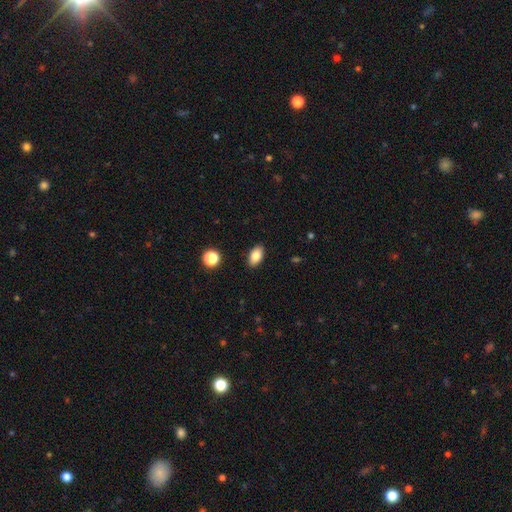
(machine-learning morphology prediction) A smooth galaxy with no disk features (83%) that is in between round and cigar-shaped (92%). Merging: none (89%).